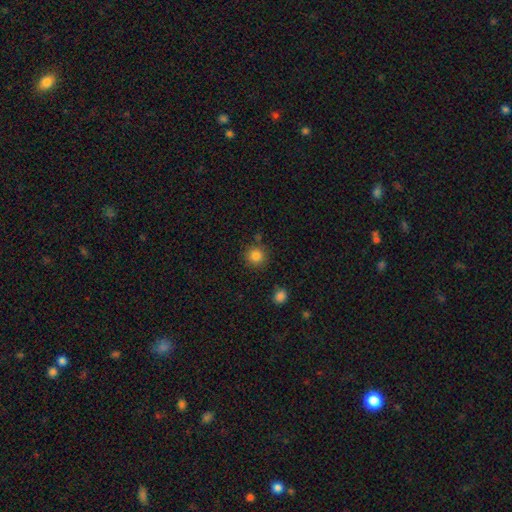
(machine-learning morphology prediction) Q: Smooth or featured?
A: smooth (84%); runner-up: star or artifact (11%)
Q: How rounded?
A: round (94%); runner-up: in between (6%)
Q: Merging?
A: none (85%); runner-up: minor disturbance (8%)